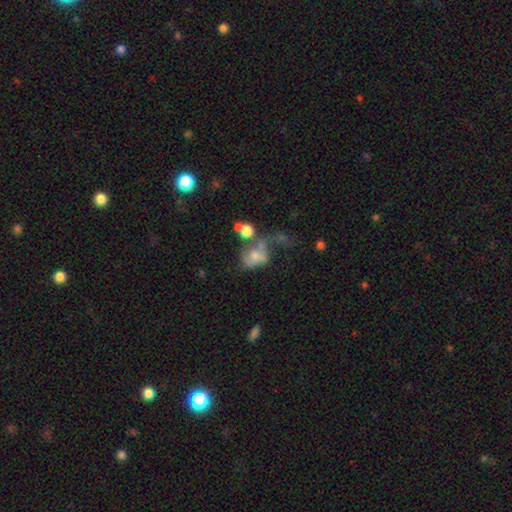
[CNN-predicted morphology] The model was most divided on "merging": major disturbance: 35%, merger: 32%, none: 18%, minor disturbance: 14%. More confident: how rounded — in between (60%); smooth or featured — smooth (58%).